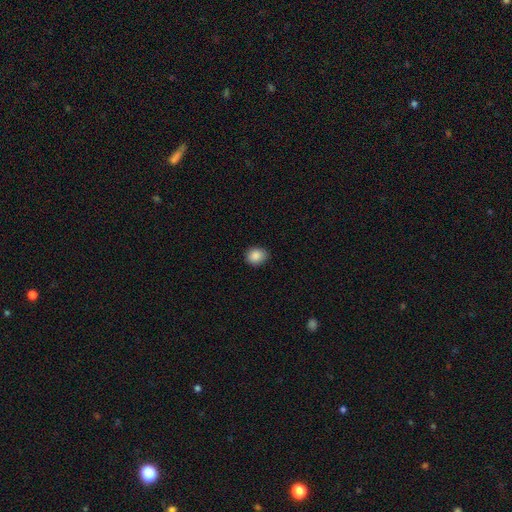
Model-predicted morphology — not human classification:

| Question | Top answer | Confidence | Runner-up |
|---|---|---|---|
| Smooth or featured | smooth | 87% | star or artifact (9%) |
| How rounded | round | 58% | in between (41%) |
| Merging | none | 84% | minor disturbance (13%) |